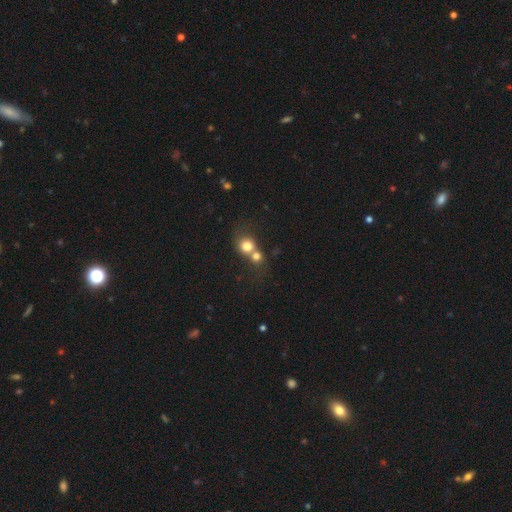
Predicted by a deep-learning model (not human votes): Smooth or featured? Predicted: smooth (p=0.63). How rounded? Predicted: round (p=0.78). Merging? Predicted: merger (p=0.61).